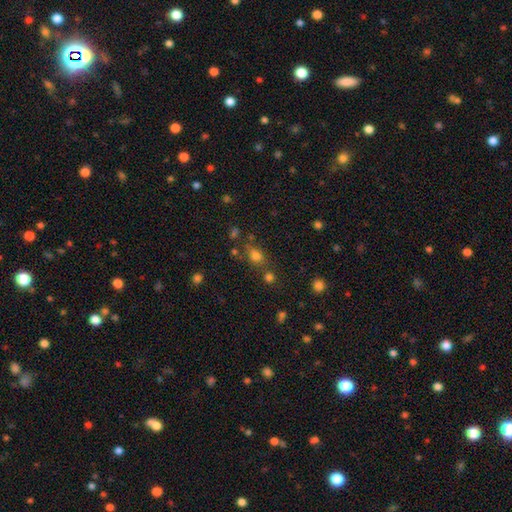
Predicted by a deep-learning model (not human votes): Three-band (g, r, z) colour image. It shows a smooth galaxy with no disk features (70%) that is round (51%). Merging: none (60%).